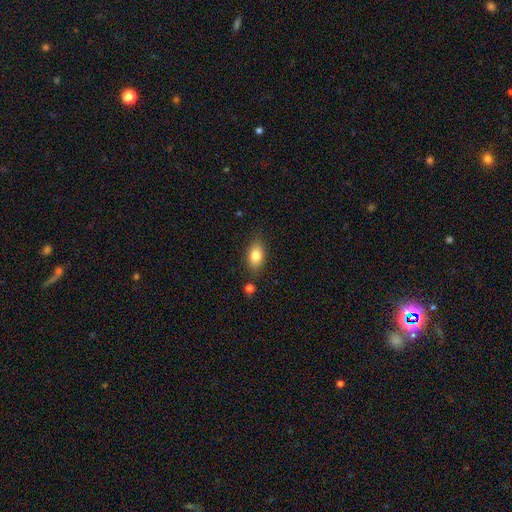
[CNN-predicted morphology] The model was most divided on "merging": none: 81%, minor disturbance: 12%, merger: 4%, major disturbance: 3%. More confident: how rounded — in between (87%); smooth or featured — smooth (82%).